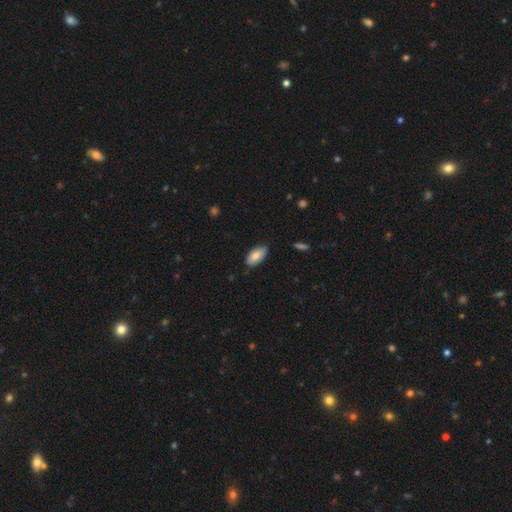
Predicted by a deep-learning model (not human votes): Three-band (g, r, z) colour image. It shows a smooth galaxy with no disk features (83%) that is in between round and cigar-shaped (93%). Merging: none (82%).